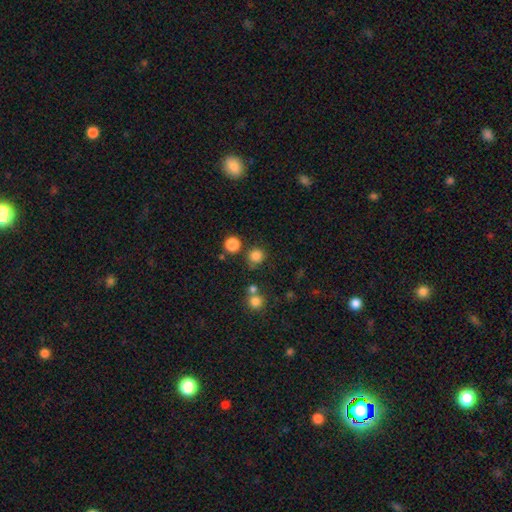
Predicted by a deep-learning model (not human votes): This is clearly a smooth galaxy (80%). How rounded: clearly round (90%). Merging: likely none (78%).